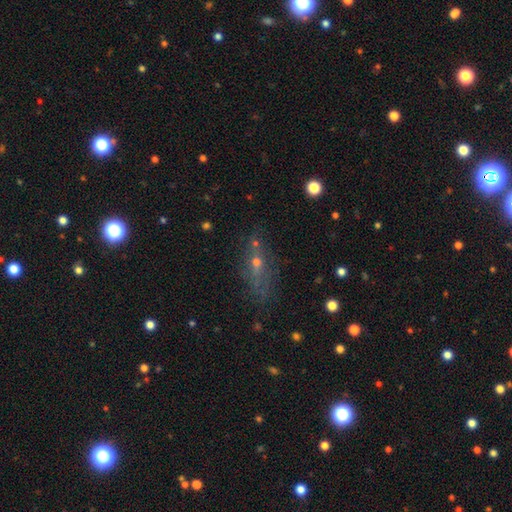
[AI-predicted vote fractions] smooth-or-featured: smooth: 41% | featured or disk: 32% | star or artifact: 27%
  merging: none: 62% | minor disturbance: 19% | major disturbance: 11% | merger: 8%